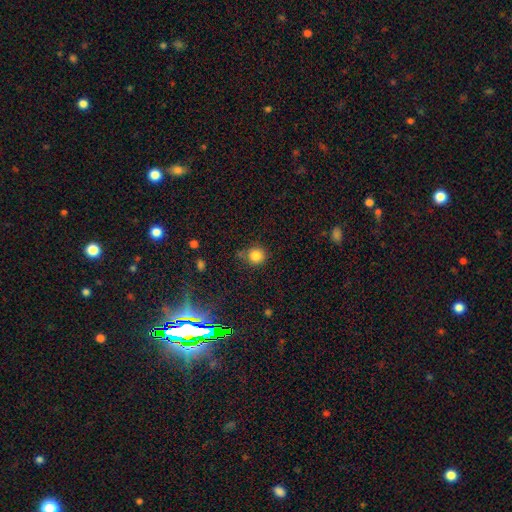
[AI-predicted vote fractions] This appears to be a smooth galaxy with no disk features (84%) that is round (90%). Merging: none (71%).